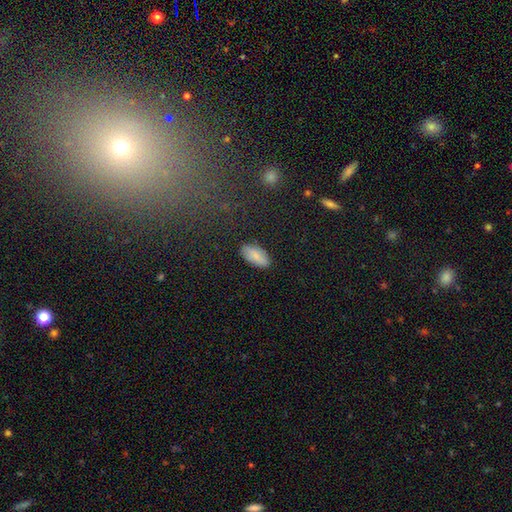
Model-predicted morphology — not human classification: smooth_or_featured: smooth (p=0.78) [alt: featured or disk p=0.14]
how_rounded: in between (p=0.93) [alt: cigar-shaped p=0.05]
merging: none (p=0.85) [alt: minor disturbance p=0.11]